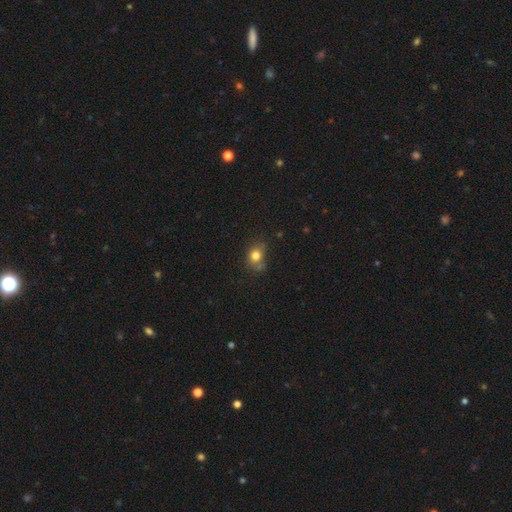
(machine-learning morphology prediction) smooth 79%, star or artifact 12%, featured or disk 10%. Down the decision tree: how rounded — round (57%); merging — none (53%).